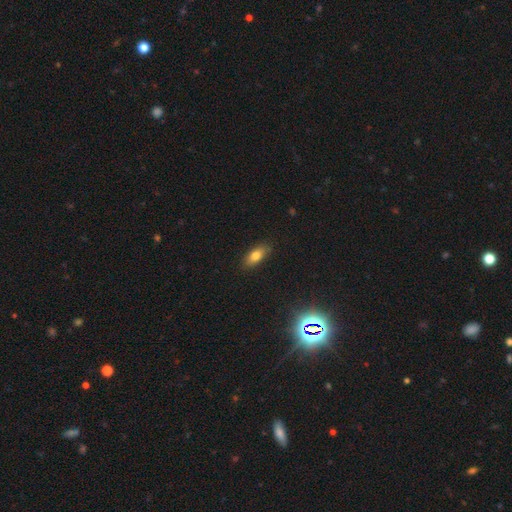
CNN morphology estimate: This appears to be a smooth galaxy with no disk features (76%) that is in between round and cigar-shaped (79%). Merging: none (84%).